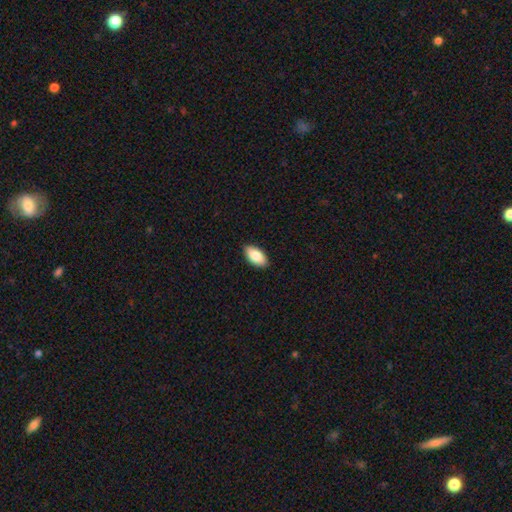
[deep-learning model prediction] Smooth or featured? smooth (87%)
How rounded? in between (94%)
Merging? none (89%)